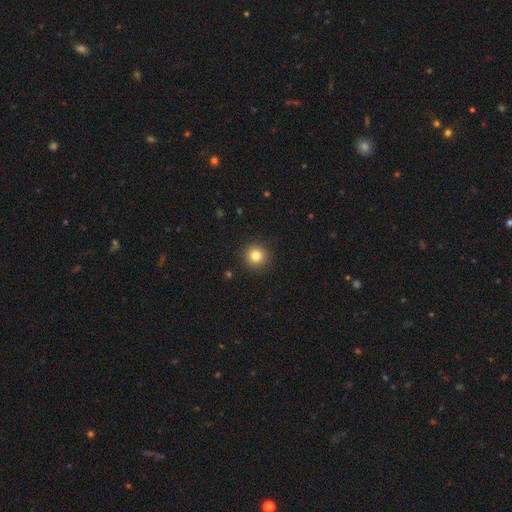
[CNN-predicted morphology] This is clearly a smooth galaxy (82%). How rounded: clearly round (95%). Merging: clearly none (92%).